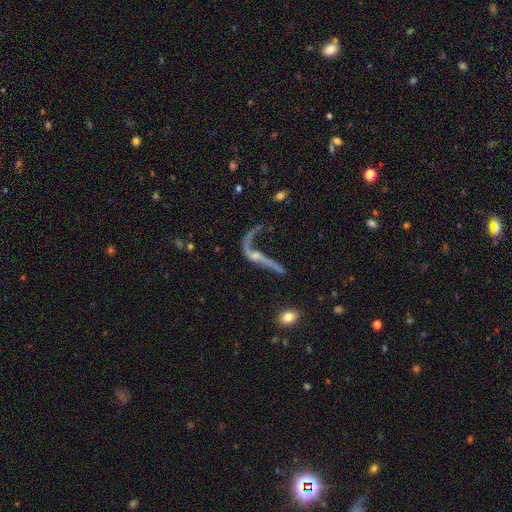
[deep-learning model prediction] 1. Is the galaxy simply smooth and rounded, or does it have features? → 75% featured or disk, 14% smooth, 11% star or artifact.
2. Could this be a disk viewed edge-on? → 79% no, 21% yes.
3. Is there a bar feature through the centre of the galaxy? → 63% no, 23% weak, 14% strong.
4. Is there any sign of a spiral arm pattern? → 71% yes, 29% no.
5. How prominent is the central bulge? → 54% small, 24% none, 18% moderate, 2% large, 2% dominant.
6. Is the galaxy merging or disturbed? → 46% major disturbance, 29% none, 14% minor disturbance, 12% merger.